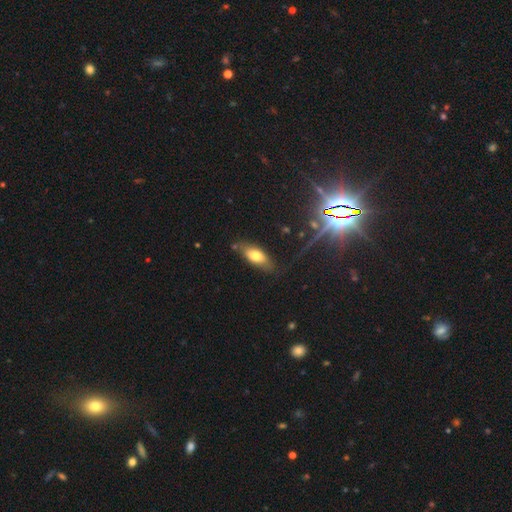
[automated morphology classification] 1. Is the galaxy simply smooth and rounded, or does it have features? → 72% smooth, 20% featured or disk, 9% star or artifact.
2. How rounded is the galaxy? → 81% in between, 16% cigar-shaped, 3% round.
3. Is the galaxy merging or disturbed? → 75% none, 18% minor disturbance, 4% major disturbance, 4% merger.